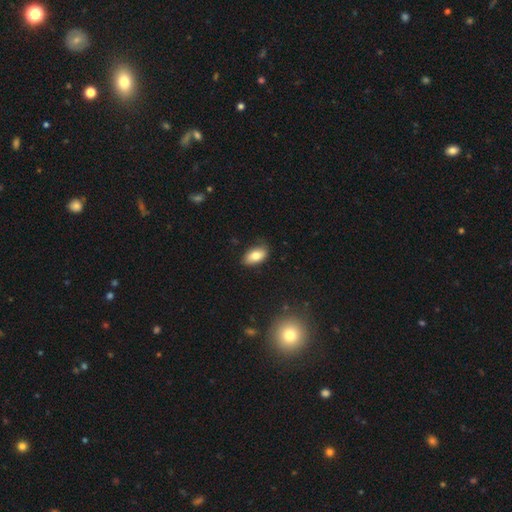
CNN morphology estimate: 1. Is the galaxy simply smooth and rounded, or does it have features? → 79% smooth, 13% featured or disk, 8% star or artifact.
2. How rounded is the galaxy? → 92% in between, 5% round, 3% cigar-shaped.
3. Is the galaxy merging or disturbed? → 78% none, 17% minor disturbance, 3% major disturbance, 1% merger.